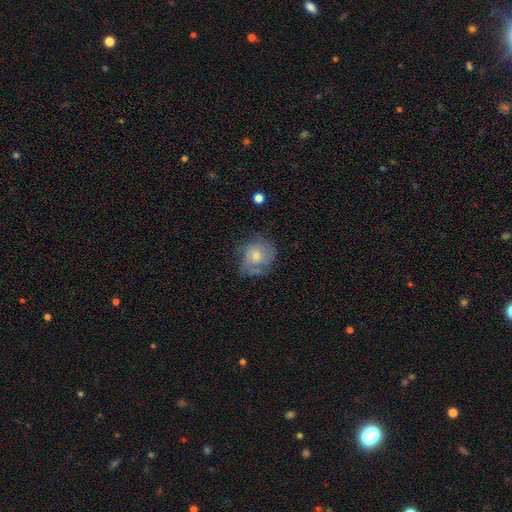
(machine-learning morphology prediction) Smooth or featured? Predicted: featured or disk (p=0.53). Edge-on disk? Predicted: no (p=0.97). Bar? Predicted: no (p=0.79). Spiral arms? Predicted: yes (p=0.75). Bulge size? Predicted: moderate (p=0.51). Merging? Predicted: none (p=0.62).